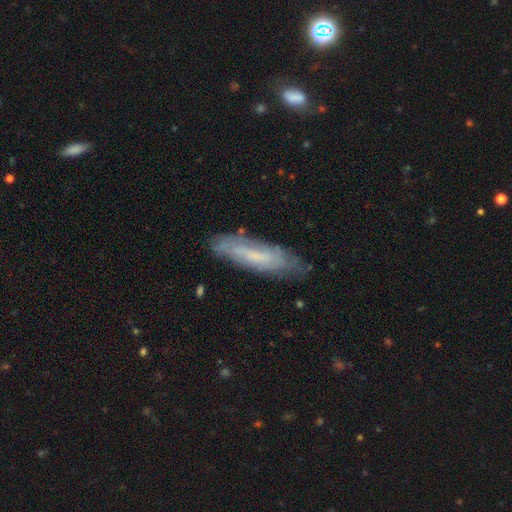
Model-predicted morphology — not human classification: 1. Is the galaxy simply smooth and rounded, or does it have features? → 50% featured or disk, 42% smooth, 8% star or artifact.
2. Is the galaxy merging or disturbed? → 73% none, 20% minor disturbance, 5% major disturbance, 2% merger.